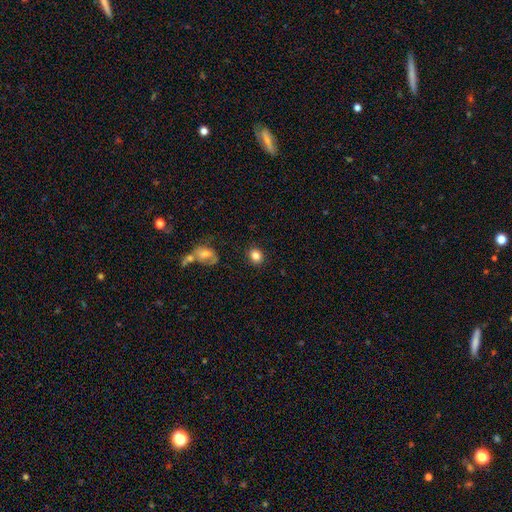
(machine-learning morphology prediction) type=smooth (83%); roundness=round (69%); merging=none (87%).